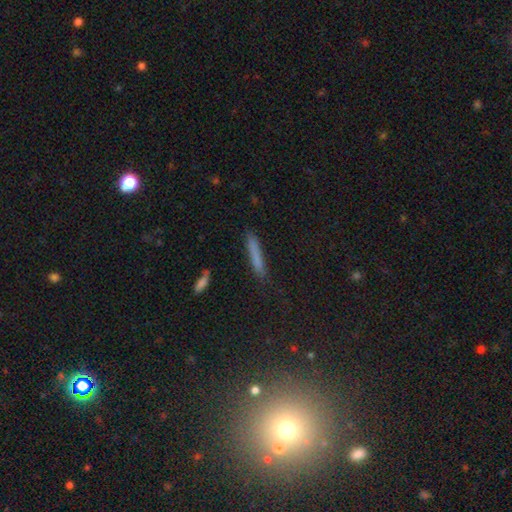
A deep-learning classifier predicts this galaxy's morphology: This is likely a smooth galaxy (76%). How rounded: clearly cigar-shaped (94%). Merging: clearly none (84%).